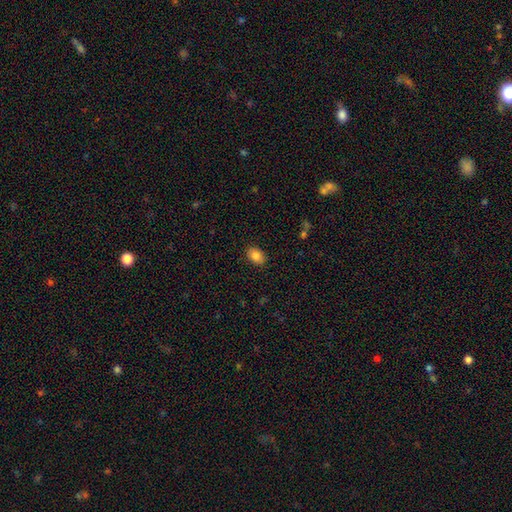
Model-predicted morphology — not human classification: This appears to be a smooth galaxy with no disk features (86%) that is in between round and cigar-shaped (83%). Merging: none (88%).